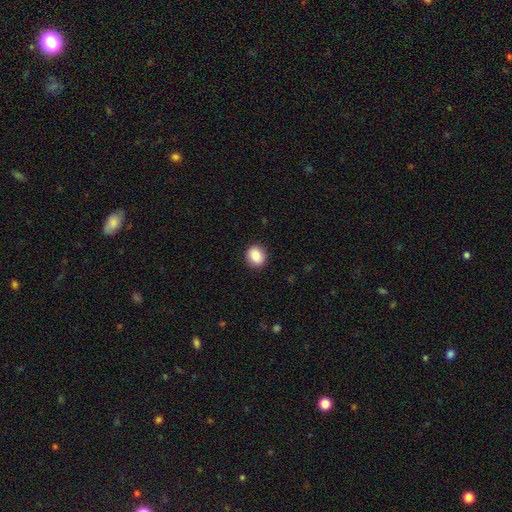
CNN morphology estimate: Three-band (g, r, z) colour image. It shows a smooth galaxy with no disk features (88%) that is round (65%). Merging: none (90%).